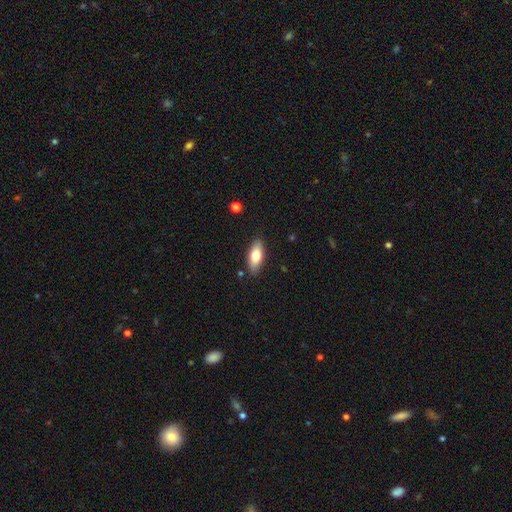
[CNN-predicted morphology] A smooth galaxy with no disk features (75%) that is in between round and cigar-shaped (83%).

Vote fractions:
- Smooth or featured? smooth: 75% / featured or disk: 19% / star or artifact: 6%
- How rounded? in between: 83% / cigar-shaped: 15% / round: 2%
- Merging? none: 86% / minor disturbance: 11% / major disturbance: 2% / merger: 2%